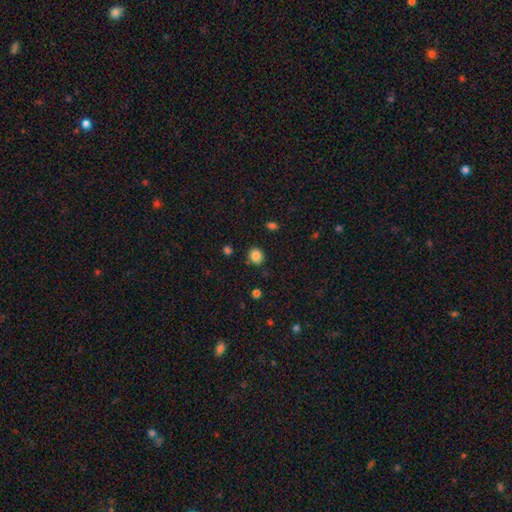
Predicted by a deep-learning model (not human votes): This appears to be a smooth galaxy with no disk features (84%) that is round (82%). Merging: none (83%).